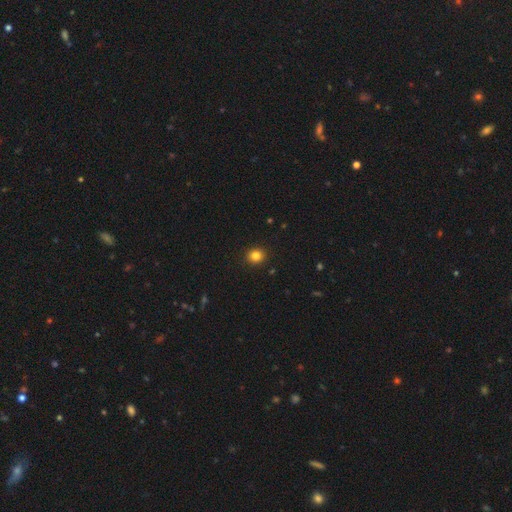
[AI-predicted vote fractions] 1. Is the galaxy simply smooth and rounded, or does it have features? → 83% smooth, 12% star or artifact, 5% featured or disk.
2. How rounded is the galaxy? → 83% round, 16% in between, 1% cigar-shaped.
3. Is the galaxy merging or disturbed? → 92% none, 5% minor disturbance, 2% major disturbance, 1% merger.